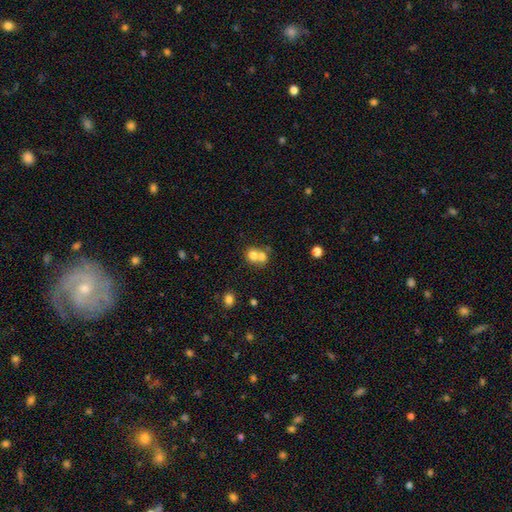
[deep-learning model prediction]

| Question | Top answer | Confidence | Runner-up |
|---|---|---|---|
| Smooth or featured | smooth | 71% | featured or disk (18%) |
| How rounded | round | 70% | in between (29%) |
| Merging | merger | 65% | none (27%) |